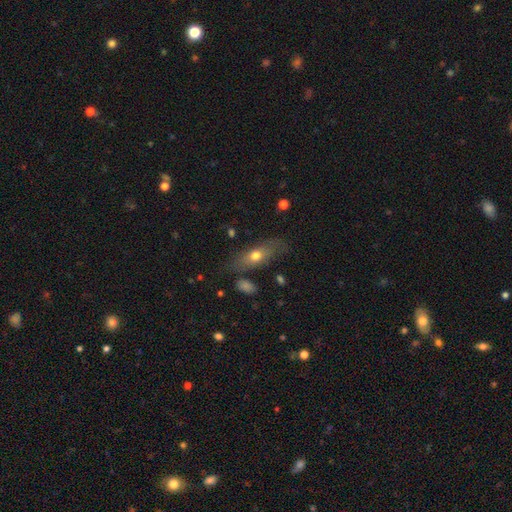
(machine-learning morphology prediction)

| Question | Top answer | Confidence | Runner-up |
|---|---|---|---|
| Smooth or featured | smooth | 61% | featured or disk (32%) |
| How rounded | in between | 64% | cigar-shaped (30%) |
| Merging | none | 68% | minor disturbance (20%) |